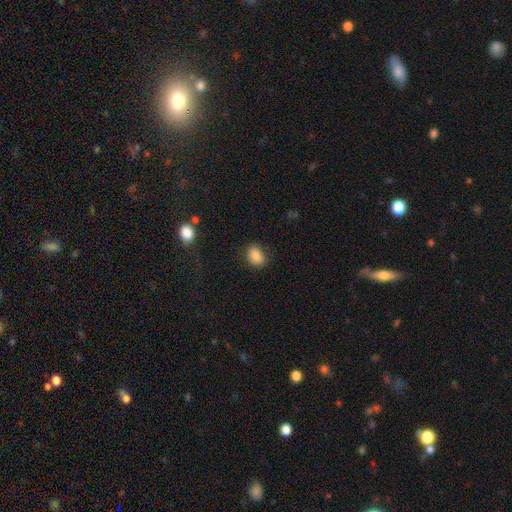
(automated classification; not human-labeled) A smooth galaxy with no disk features (85%) that is in between round and cigar-shaped (69%).

Vote fractions:
- Smooth or featured? smooth: 85% / star or artifact: 9% / featured or disk: 6%
- How rounded? in between: 69% / round: 29% / cigar-shaped: 1%
- Merging? none: 81% / minor disturbance: 14% / major disturbance: 4% / merger: 2%